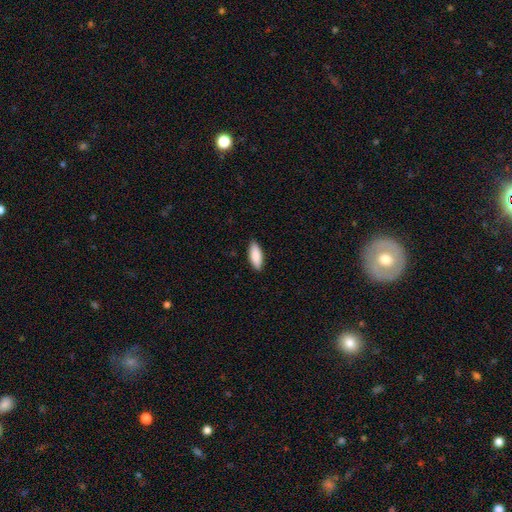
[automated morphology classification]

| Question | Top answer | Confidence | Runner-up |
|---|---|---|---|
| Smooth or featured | smooth | 88% | featured or disk (6%) |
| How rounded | in between | 73% | cigar-shaped (25%) |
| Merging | none | 89% | minor disturbance (9%) |